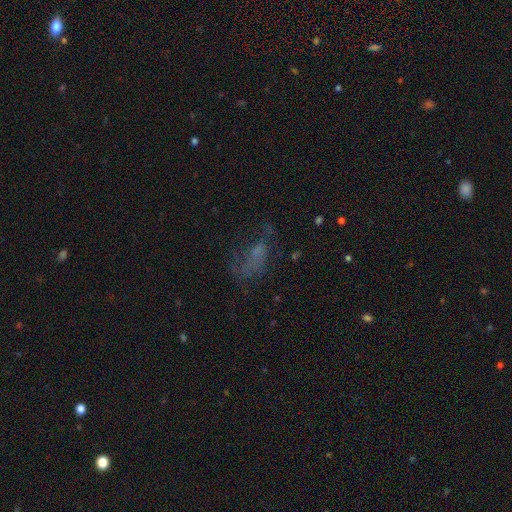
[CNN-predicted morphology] The model was most divided on "merging": major disturbance: 39%, none: 37%, minor disturbance: 20%, merger: 4%. Remaining: smooth or featured — smooth (41%).